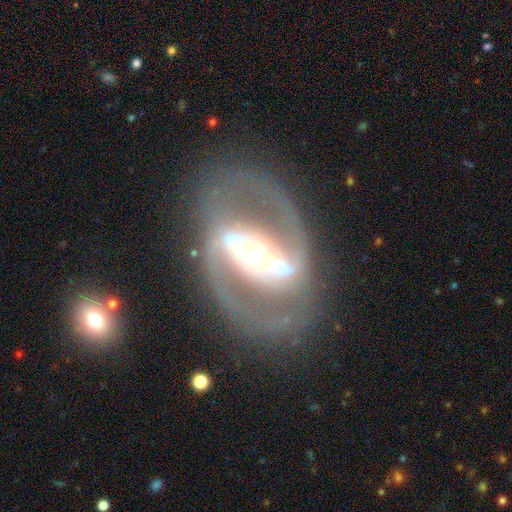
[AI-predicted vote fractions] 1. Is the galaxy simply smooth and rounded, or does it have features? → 89% featured or disk, 5% star or artifact, 5% smooth.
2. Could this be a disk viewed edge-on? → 96% no, 4% yes.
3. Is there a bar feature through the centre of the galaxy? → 61% strong, 23% weak, 16% no.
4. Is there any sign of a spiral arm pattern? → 91% yes, 9% no.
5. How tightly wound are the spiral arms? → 58% medium, 21% loose, 21% tight.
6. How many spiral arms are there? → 92% 2, 3% can't tell, 2% 1, 1% 3, 1% 4, 1% more than 4.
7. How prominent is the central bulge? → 59% moderate, 23% small, 14% large, 2% dominant, 1% none.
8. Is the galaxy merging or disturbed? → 77% none, 12% minor disturbance, 9% major disturbance, 3% merger.